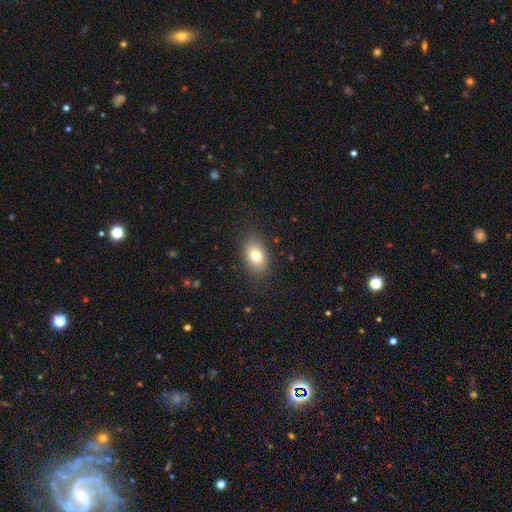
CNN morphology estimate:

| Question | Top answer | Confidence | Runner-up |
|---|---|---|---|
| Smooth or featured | smooth | 78% | featured or disk (13%) |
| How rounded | in between | 84% | round (14%) |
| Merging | none | 86% | minor disturbance (10%) |